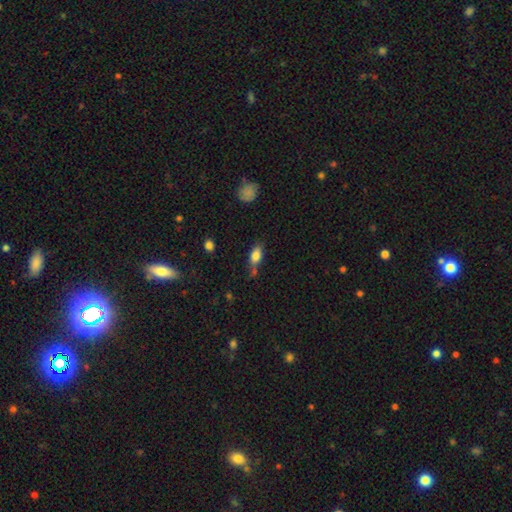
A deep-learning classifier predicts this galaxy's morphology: type=smooth (81%); roundness=in between (85%); merging=none (57%).